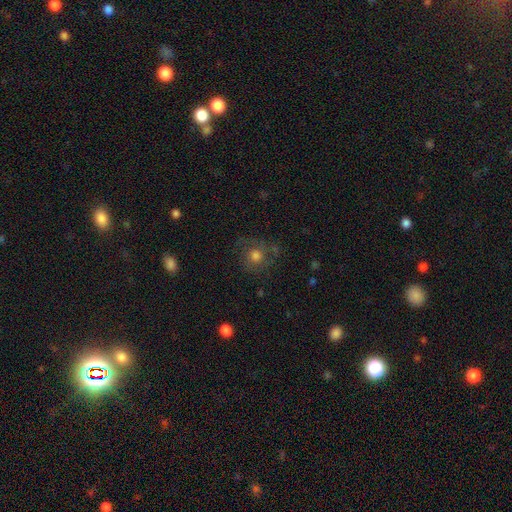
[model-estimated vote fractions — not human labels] The model was most divided on "smooth or featured": smooth: 62%, featured or disk: 24%, star or artifact: 14%. More confident: how rounded — round (89%); merging — none (71%).